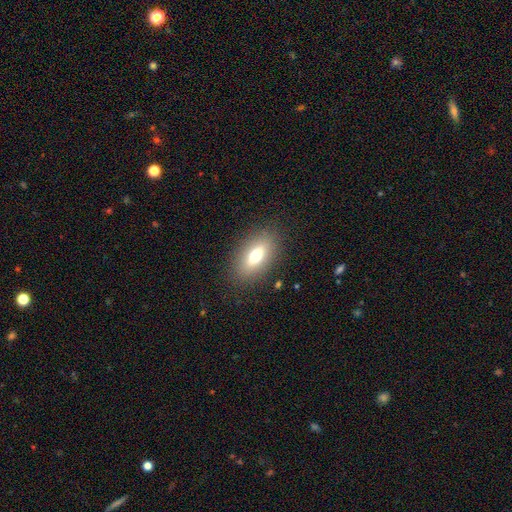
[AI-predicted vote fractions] Smooth or featured?
  - smooth: 70% *
  - featured or disk: 20%
  - star or artifact: 10%
How rounded?
  - in between: 84% *
  - cigar-shaped: 9%
  - round: 7%
Merging?
  - none: 86% *
  - minor disturbance: 9%
  - major disturbance: 4%
  - merger: 1%